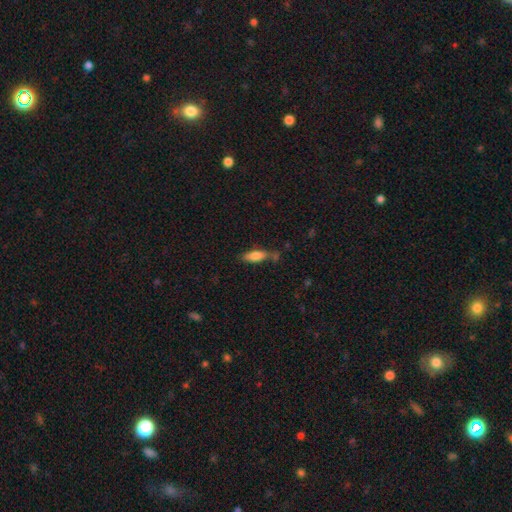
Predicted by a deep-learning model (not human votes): Smooth or featured?
  - smooth: 78% *
  - featured or disk: 15%
  - star or artifact: 7%
How rounded?
  - in between: 64% *
  - cigar-shaped: 33%
  - round: 2%
Merging?
  - none: 61% *
  - minor disturbance: 21%
  - merger: 12%
  - major disturbance: 6%